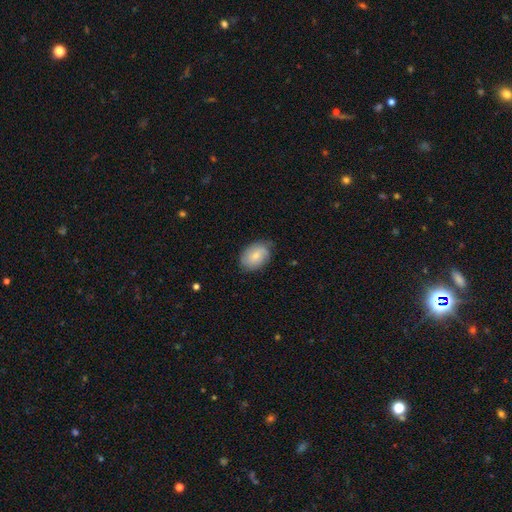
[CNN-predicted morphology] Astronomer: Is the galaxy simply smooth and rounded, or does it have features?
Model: smooth — 74%.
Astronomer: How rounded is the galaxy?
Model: in between — 84%.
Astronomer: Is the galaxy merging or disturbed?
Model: none — 70%.